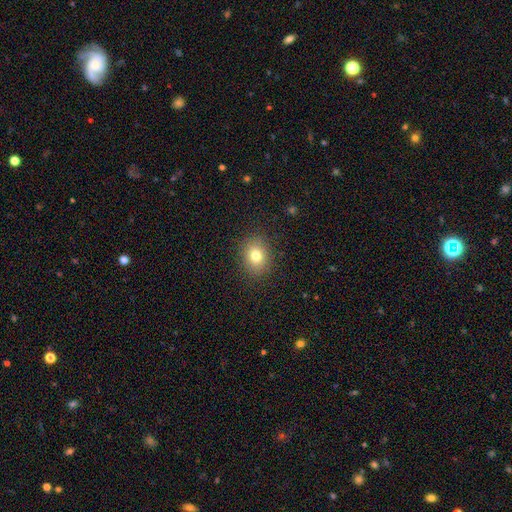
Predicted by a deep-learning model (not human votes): smooth 78%, star or artifact 12%, featured or disk 10%. Down the decision tree: how rounded — round (57%); merging — none (88%).